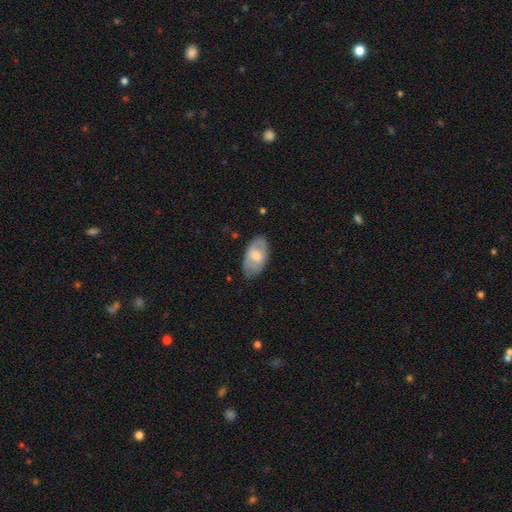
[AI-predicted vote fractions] The model was most divided on "smooth or featured": smooth: 59%, featured or disk: 35%, star or artifact: 6%. More confident: how rounded — in between (94%); merging — none (72%).